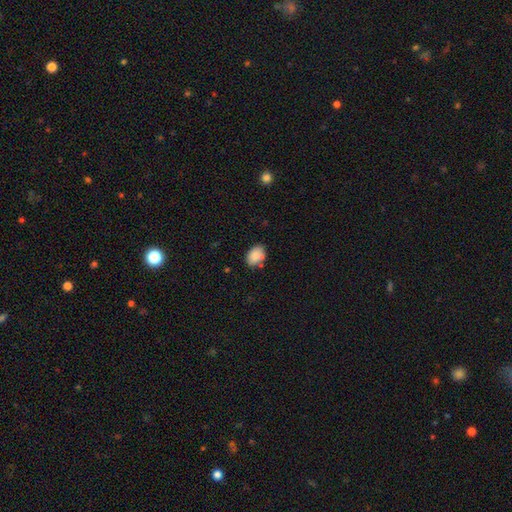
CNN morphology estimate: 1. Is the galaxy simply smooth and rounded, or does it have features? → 86% smooth, 8% star or artifact, 7% featured or disk.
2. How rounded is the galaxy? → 82% in between, 17% round, 1% cigar-shaped.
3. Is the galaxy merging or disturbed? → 68% none, 18% minor disturbance, 10% merger, 4% major disturbance.